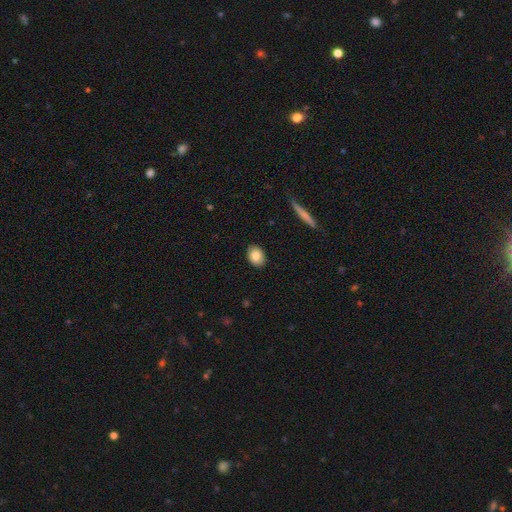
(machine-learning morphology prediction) This appears to be a smooth galaxy with no disk features (80%) that is in between round and cigar-shaped (75%). Merging: none (89%).